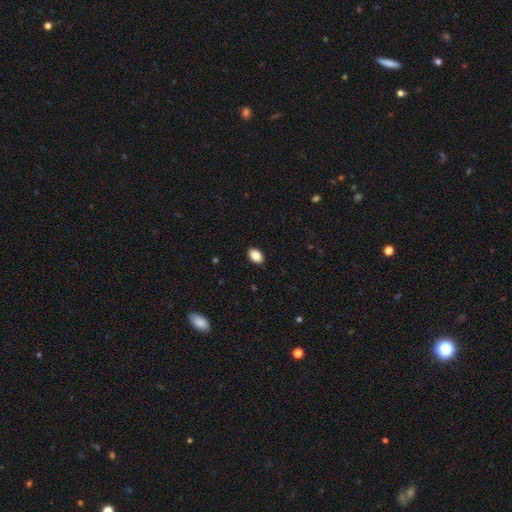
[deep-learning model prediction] This appears to be a smooth galaxy with no disk features (87%) that is in between round and cigar-shaped (85%). Merging: none (90%).